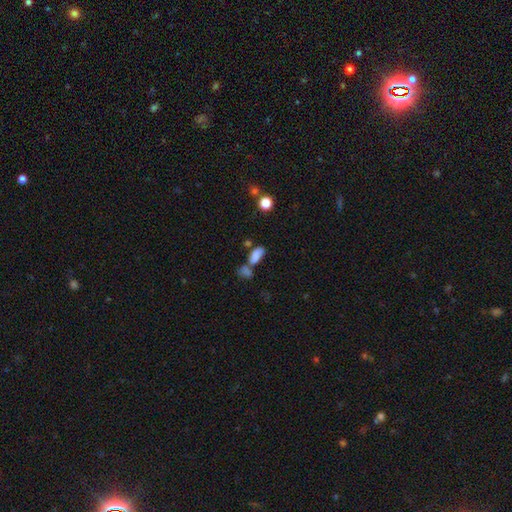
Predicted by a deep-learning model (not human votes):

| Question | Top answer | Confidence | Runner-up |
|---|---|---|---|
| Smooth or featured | smooth | 76% | featured or disk (12%) |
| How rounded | in between | 82% | cigar-shaped (12%) |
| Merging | merger | 45% | none (34%) |